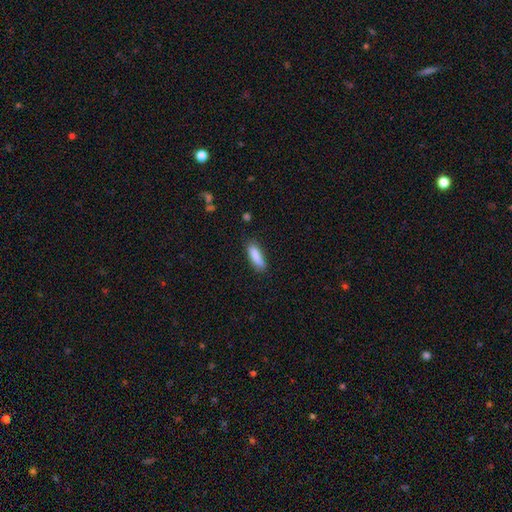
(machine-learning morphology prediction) This is clearly a smooth galaxy (87%). How rounded: possibly in between (50%). Merging: likely none (75%).